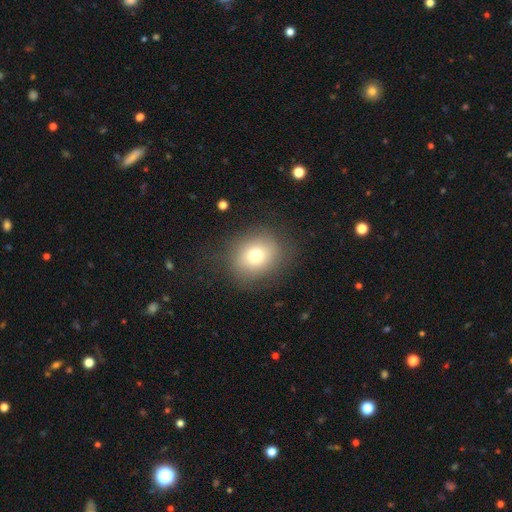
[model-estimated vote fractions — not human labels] This appears to be a smooth galaxy with no disk features (74%) that is round (68%). Merging: none (79%).